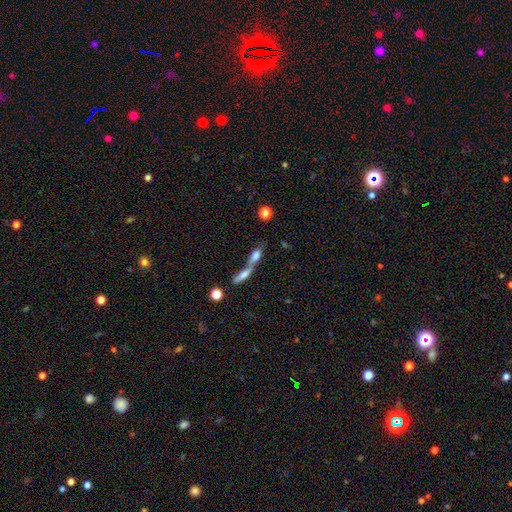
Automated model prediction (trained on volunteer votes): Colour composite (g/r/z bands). It shows a smooth galaxy with no disk features (62%) that is in between round and cigar-shaped (51%). Merging: merger (67%).